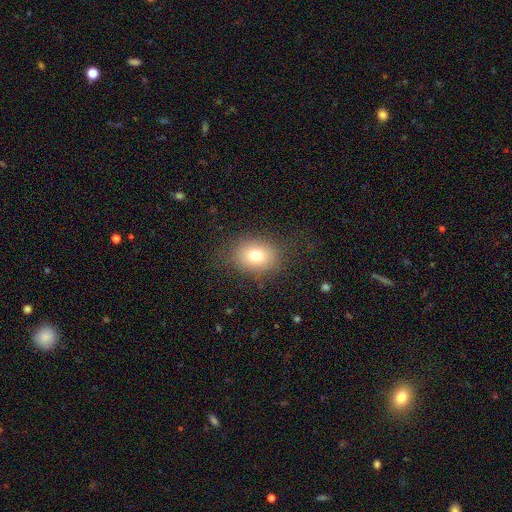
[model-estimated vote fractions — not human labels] smooth-or-featured: smooth: 75% | featured or disk: 13% | star or artifact: 12%
  how-rounded: in between: 56% | round: 43% | cigar-shaped: 1%
  merging: none: 80% | minor disturbance: 13% | major disturbance: 6% | merger: 1%